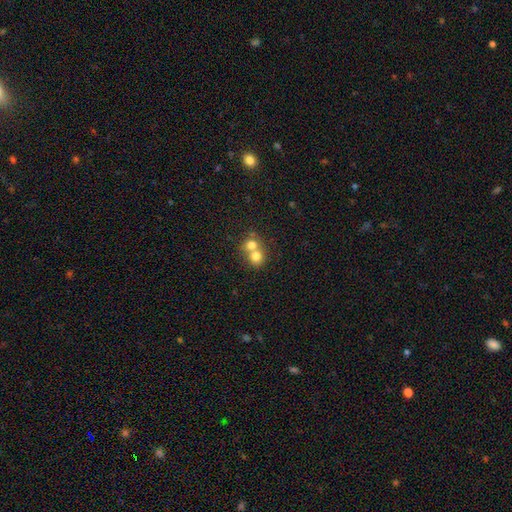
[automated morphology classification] smooth 74%, featured or disk 16%, star or artifact 10%. Down the decision tree: how rounded — round (76%); merging — merger (67%).